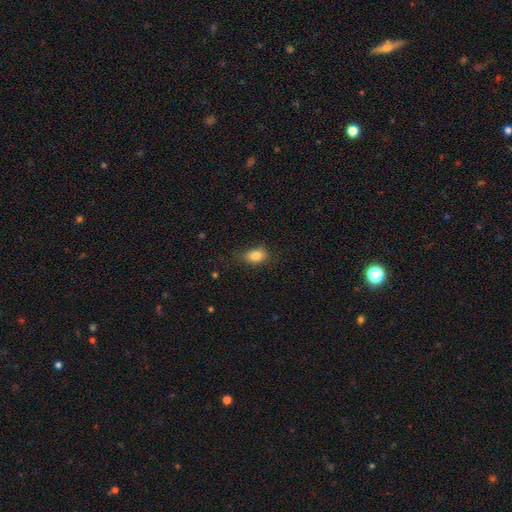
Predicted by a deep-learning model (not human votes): smooth 84%, star or artifact 9%, featured or disk 7%. Down the decision tree: how rounded — in between (84%); merging — none (74%).